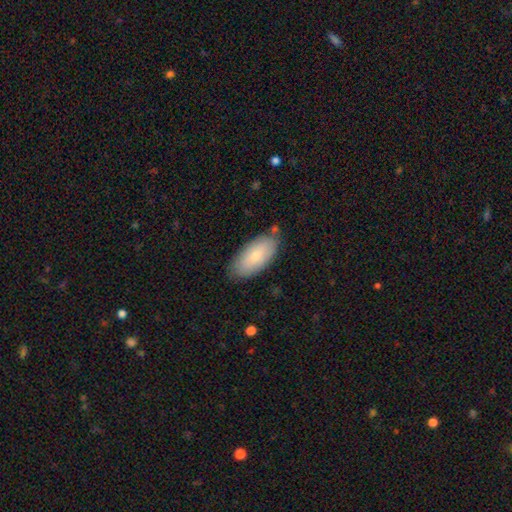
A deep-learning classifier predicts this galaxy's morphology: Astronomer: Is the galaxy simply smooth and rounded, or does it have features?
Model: smooth — 78%.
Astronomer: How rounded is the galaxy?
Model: in between — 91%.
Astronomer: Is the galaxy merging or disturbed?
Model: none — 79%.